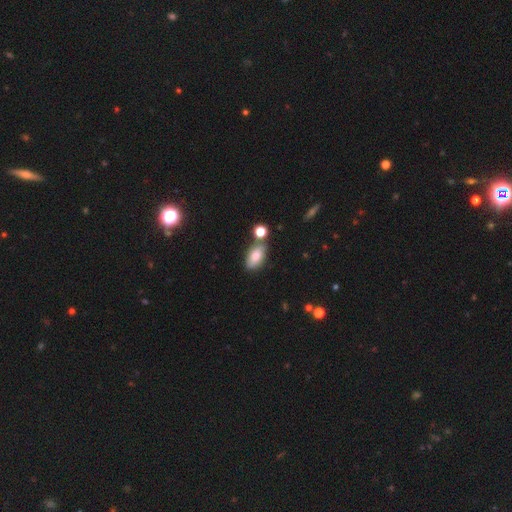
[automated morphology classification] Overall: smooth (78%). How rounded: in between (89%). Merging: none (68%).